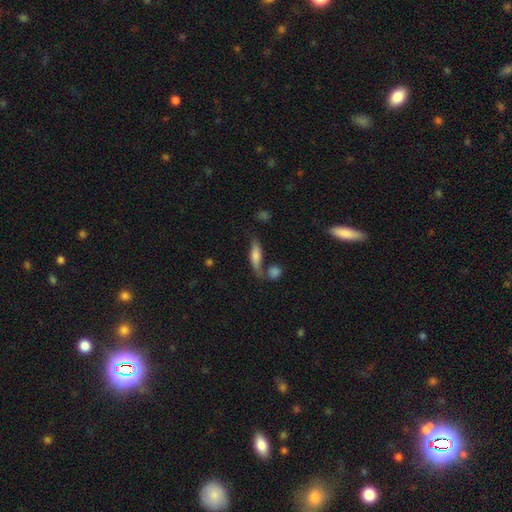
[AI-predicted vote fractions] Overall: smooth (59%; featured or disk 33%). How rounded: cigar-shaped (58%; in between 38%). Merging: none (56%; merger 19%).